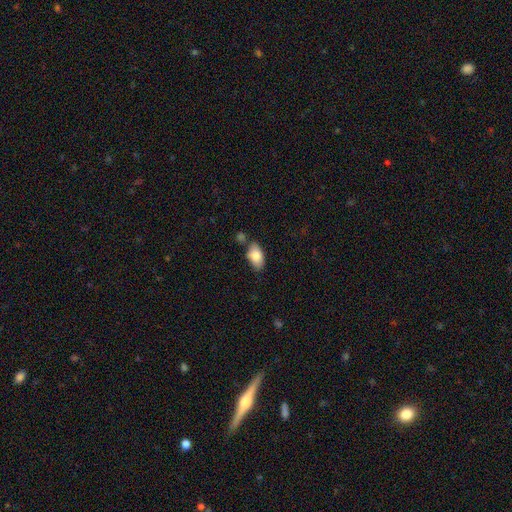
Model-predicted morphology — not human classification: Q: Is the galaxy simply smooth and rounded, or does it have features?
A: smooth — 81%.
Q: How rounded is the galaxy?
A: in between — 93%.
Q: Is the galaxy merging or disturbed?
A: none — 69%.